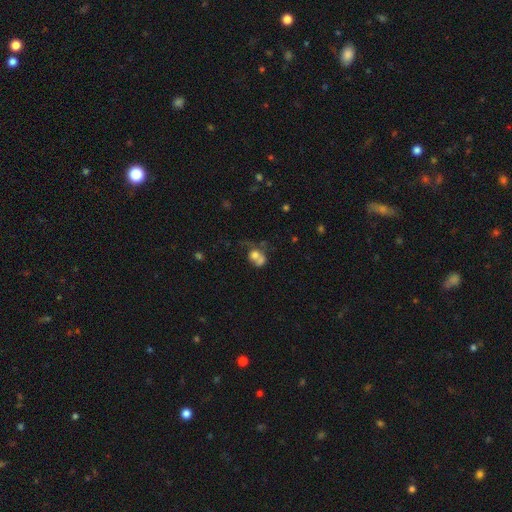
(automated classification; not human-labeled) Smooth or featured: smooth — 61% (featured or disk — 26%)
How rounded: round — 59% (in between — 39%)
Merging: merger — 52% (none — 20%)